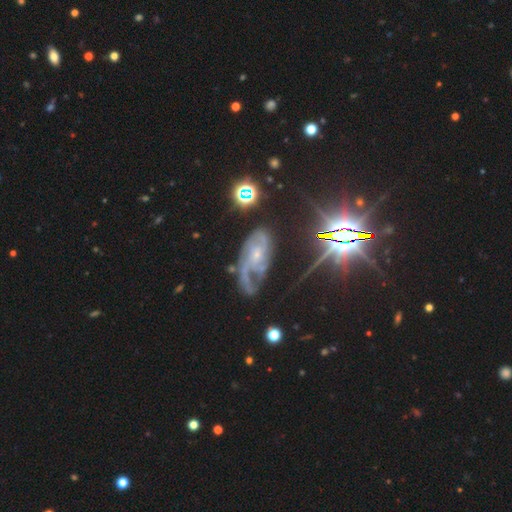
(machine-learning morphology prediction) A featured or disk galaxy (73%) with no bar (65%), can't tell (31%, tied with 2) tight (41%, tied with medium) spiral arms (91%) and a small central bulge (70%).

Vote fractions:
- Smooth or featured? featured or disk: 73% / star or artifact: 17% / smooth: 10%
- Edge-on disk? no: 93% / yes: 7%
- Bar? no: 65% / weak: 28% / strong: 7%
- Spiral arms? yes: 91% / no: 9%
- Spiral winding? tight: 41% (tied) / medium: 41% (tied) / loose: 18%
- Spiral arm count? can't tell: 31% (tied) / 2: 31% (tied) / 3: 18% / 1: 10% / 4: 5% / more than 4: 4%
- Bulge size? small: 70% / moderate: 22% / none: 6% / large: 1% / dominant: 1%
- Merging? none: 52% / minor disturbance: 24% / major disturbance: 20% / merger: 4%